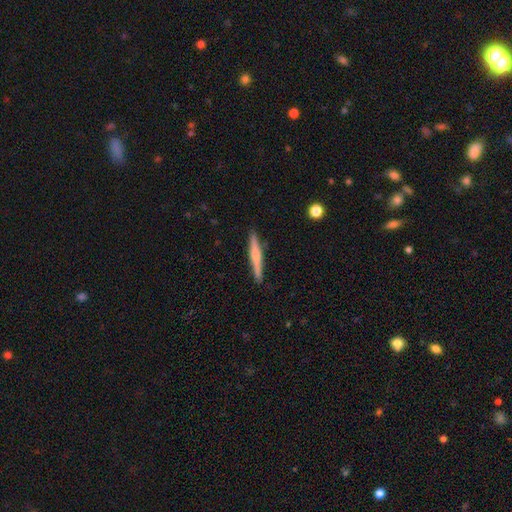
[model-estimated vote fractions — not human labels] A featured or disk galaxy (50%) viewed edge-on (98%).

Vote fractions:
- Smooth or featured? featured or disk: 50% / smooth: 44% / star or artifact: 6%
- Edge-on disk? yes: 98% / no: 2%
- Merging? none: 91% / minor disturbance: 7% / major disturbance: 1% / merger: 1%